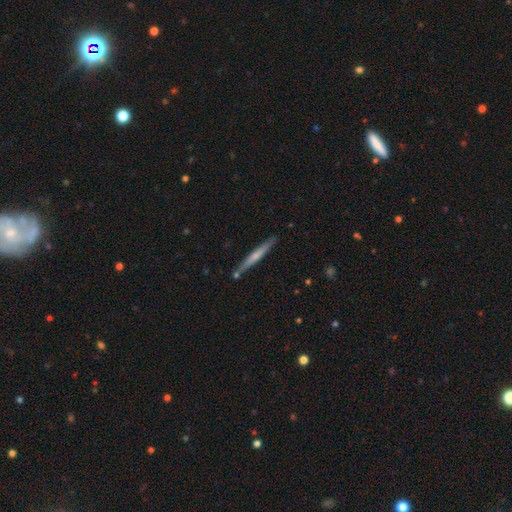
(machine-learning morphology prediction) Smooth or featured? Predicted: featured or disk (p=0.50). Edge-on disk? Predicted: yes (p=0.96). Merging? Predicted: none (p=0.84).